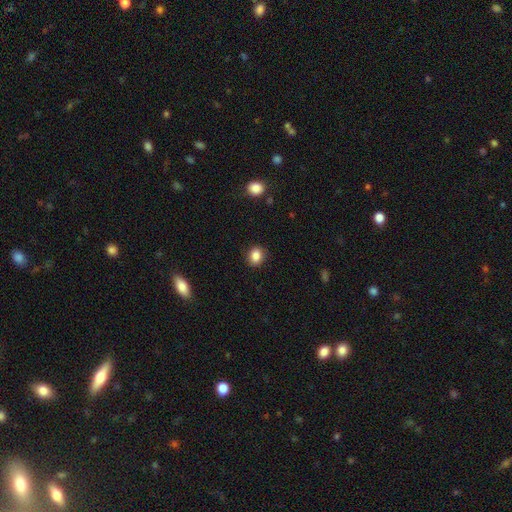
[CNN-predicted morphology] Smooth or featured?
  - smooth: 86% *
  - star or artifact: 10%
  - featured or disk: 5%
How rounded?
  - round: 58% *
  - in between: 41%
  - cigar-shaped: 1%
Merging?
  - none: 87% *
  - minor disturbance: 9%
  - major disturbance: 3%
  - merger: 1%